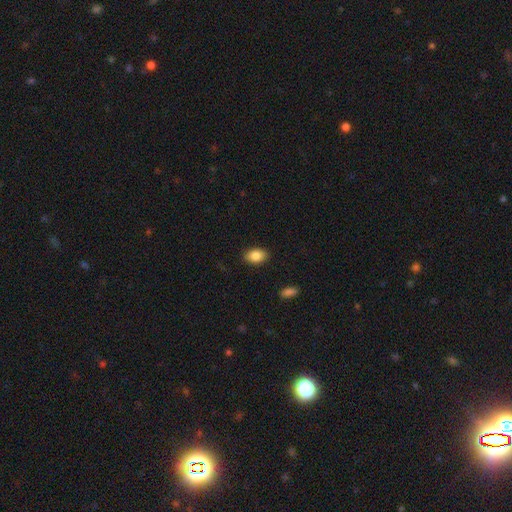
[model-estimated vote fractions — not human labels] smooth-or-featured: smooth: 86% | star or artifact: 8% | featured or disk: 6%
  how-rounded: in between: 88% | round: 11% | cigar-shaped: 1%
  merging: none: 88% | minor disturbance: 8% | major disturbance: 2% | merger: 1%